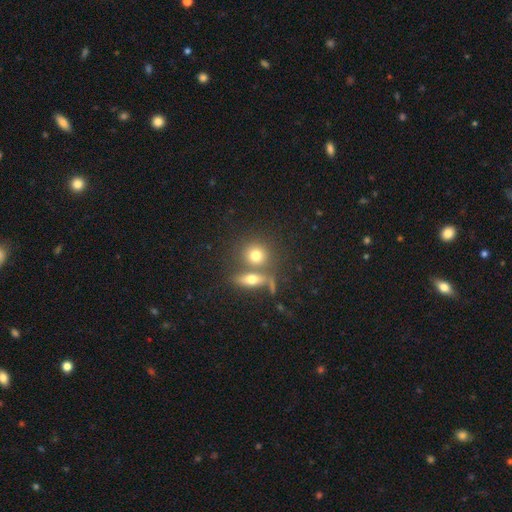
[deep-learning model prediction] smooth_or_featured: smooth (p=0.73) [alt: featured or disk p=0.17]
how_rounded: round (p=0.76) [alt: in between p=0.21]
merging: none (p=0.53) [alt: merger p=0.33]